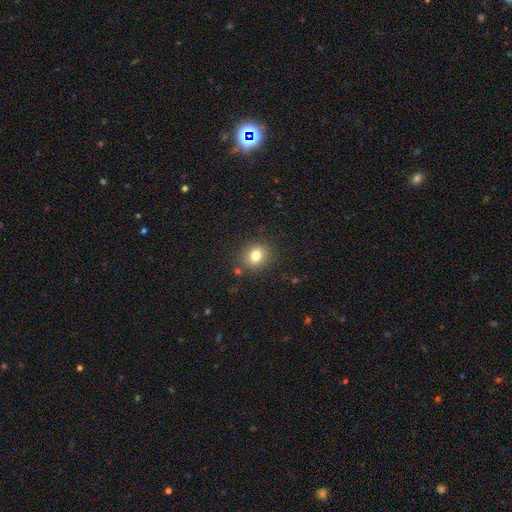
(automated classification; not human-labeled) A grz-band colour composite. It shows a smooth galaxy with no disk features (80%) that is round (66%). Merging: none (84%).